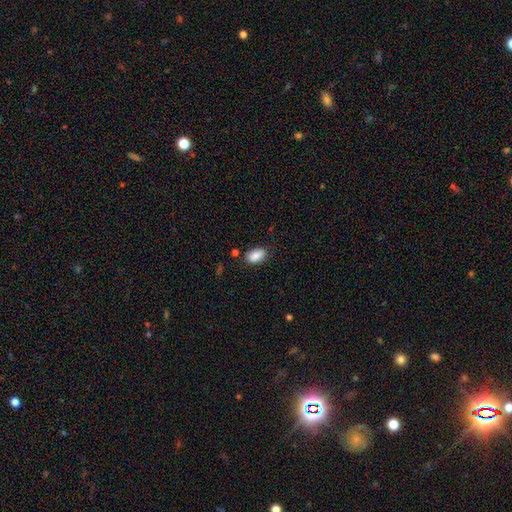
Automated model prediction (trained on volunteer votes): smooth_or_featured: smooth (p=0.87) [alt: star or artifact p=0.07]
how_rounded: in between (p=0.92) [alt: round p=0.07]
merging: none (p=0.80) [alt: minor disturbance p=0.14]